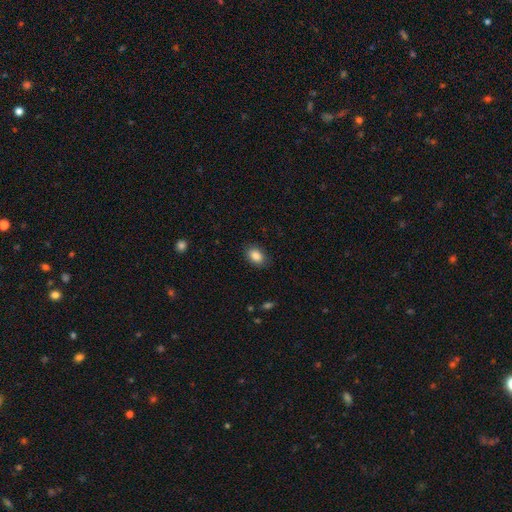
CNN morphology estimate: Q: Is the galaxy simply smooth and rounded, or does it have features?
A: smooth — 87%.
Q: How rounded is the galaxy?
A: in between — 82%.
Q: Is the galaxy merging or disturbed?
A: none — 87%.